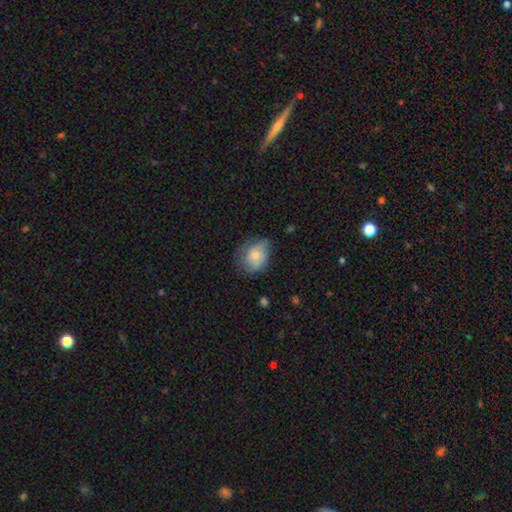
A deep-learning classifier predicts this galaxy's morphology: Overall: smooth (72%). How rounded: in between (58%; round 41%). Merging: none (51%; minor disturbance 35%).